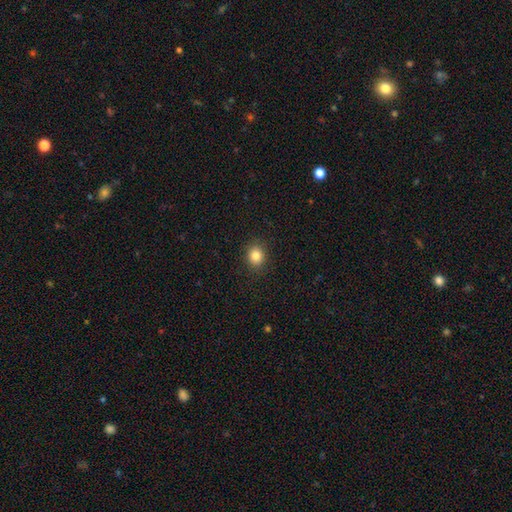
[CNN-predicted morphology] Smooth or featured? smooth (84%)
How rounded? round (74%)
Merging? none (90%)